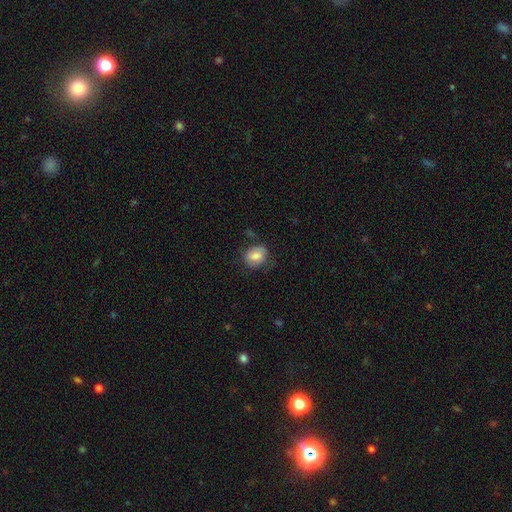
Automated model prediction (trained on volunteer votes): Smooth or featured? smooth (77%)
How rounded? in between (51%)
Merging? none (64%)